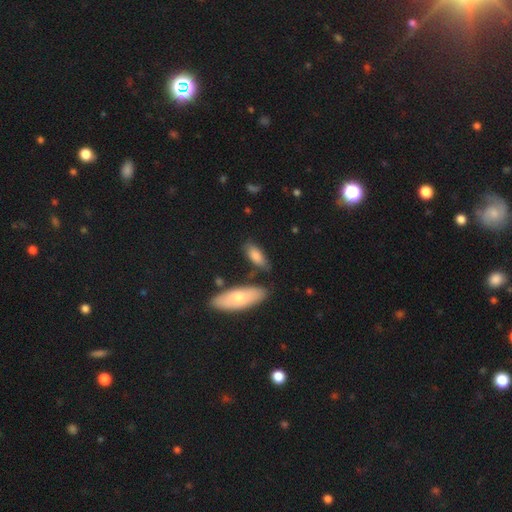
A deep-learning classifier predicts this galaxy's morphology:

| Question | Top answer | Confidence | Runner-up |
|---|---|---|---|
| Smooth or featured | smooth | 79% | featured or disk (15%) |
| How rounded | in between | 74% | cigar-shaped (24%) |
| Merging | none | 66% | minor disturbance (18%) |